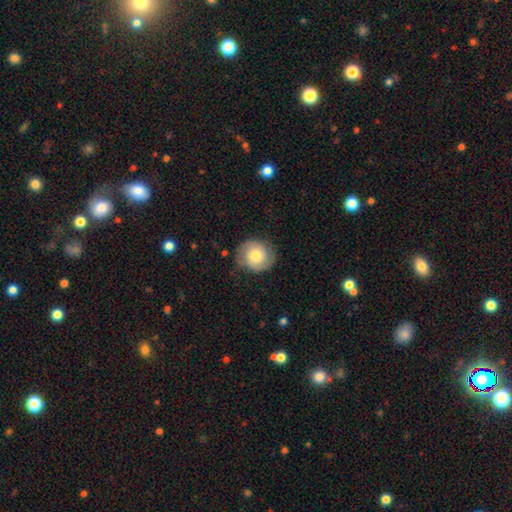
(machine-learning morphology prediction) A featured or disk galaxy (52%) with no bar (77%), spiral arms (84%) and a moderate central bulge (66%). Merging: none (78%).